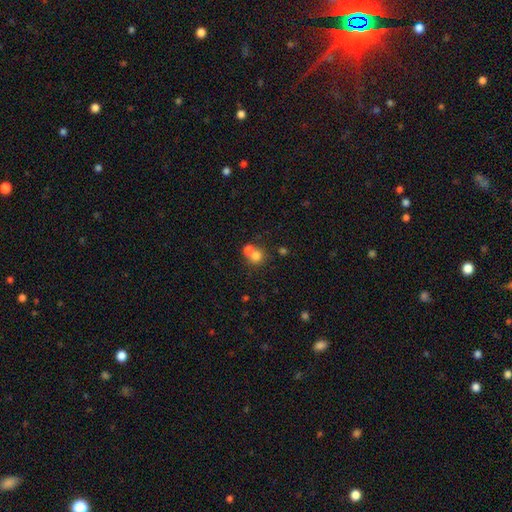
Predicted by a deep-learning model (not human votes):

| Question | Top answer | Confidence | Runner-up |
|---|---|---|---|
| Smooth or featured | smooth | 73% | featured or disk (13%) |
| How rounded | round | 80% | in between (19%) |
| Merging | merger | 52% | none (39%) |